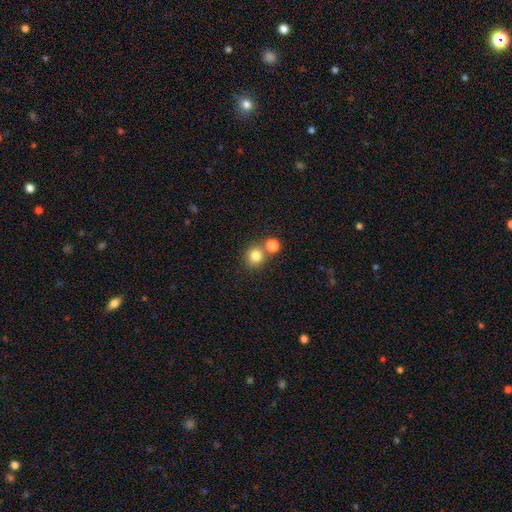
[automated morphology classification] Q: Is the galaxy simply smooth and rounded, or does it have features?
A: smooth — 80%.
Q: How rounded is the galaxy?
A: round — 89%.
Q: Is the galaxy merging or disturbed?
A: none — 67%.